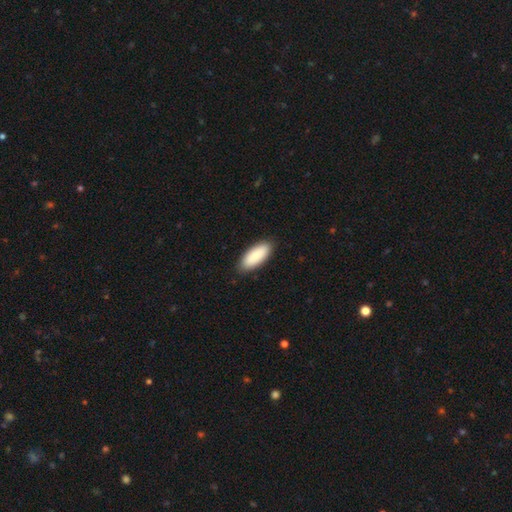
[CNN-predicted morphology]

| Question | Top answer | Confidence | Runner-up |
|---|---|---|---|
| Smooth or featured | smooth | 87% | featured or disk (7%) |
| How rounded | in between | 84% | cigar-shaped (15%) |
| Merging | none | 87% | minor disturbance (10%) |